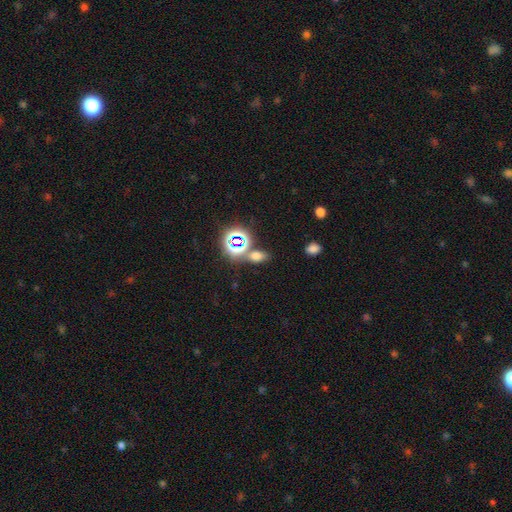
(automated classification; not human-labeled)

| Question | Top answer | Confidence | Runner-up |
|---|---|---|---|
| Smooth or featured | smooth | 58% | star or artifact (33%) |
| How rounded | in between | 78% | round (18%) |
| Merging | none | 71% | merger (14%) |